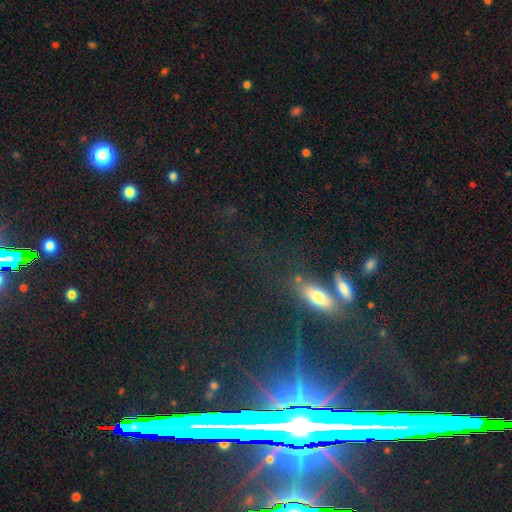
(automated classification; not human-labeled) Smooth or featured? Predicted: star or artifact (p=0.52).